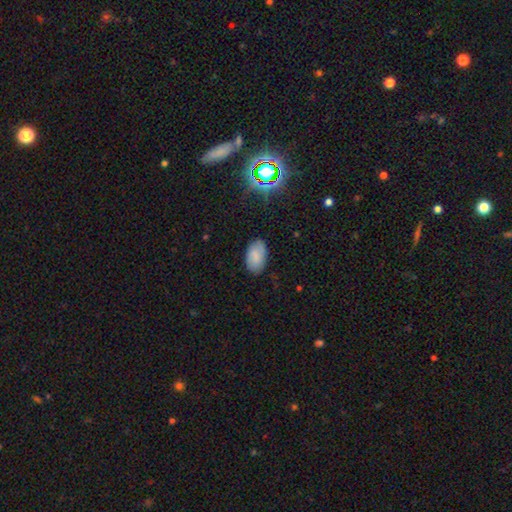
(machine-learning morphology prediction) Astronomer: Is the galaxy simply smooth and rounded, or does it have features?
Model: smooth — 80%.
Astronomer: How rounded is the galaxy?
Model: in between — 94%.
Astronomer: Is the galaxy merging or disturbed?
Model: none — 81%.